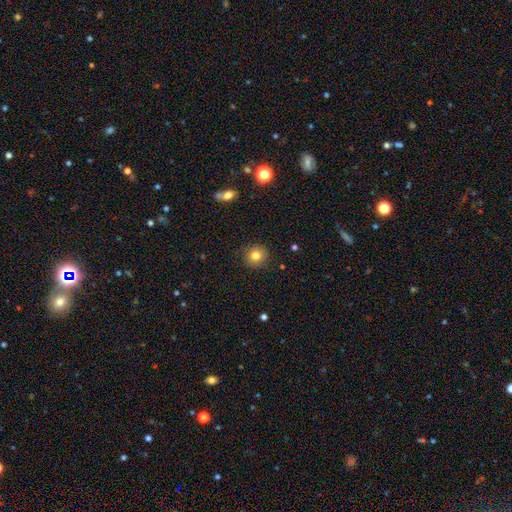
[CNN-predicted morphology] Smooth or featured? Predicted: smooth (p=0.80). How rounded? Predicted: round (p=0.92). Merging? Predicted: none (p=0.90).